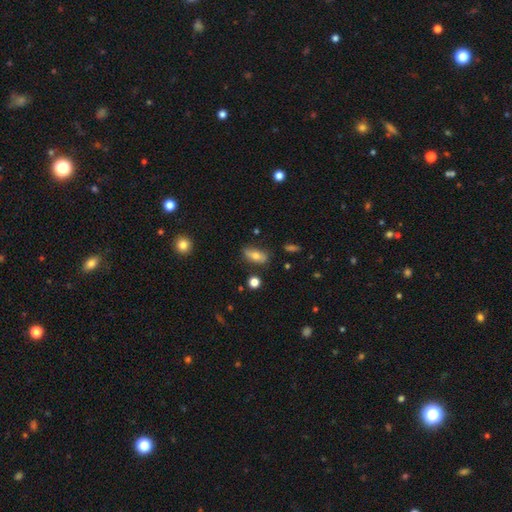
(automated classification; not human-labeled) Morphology: type=smooth (70%); roundness=in between (77%); merging=none (75%).